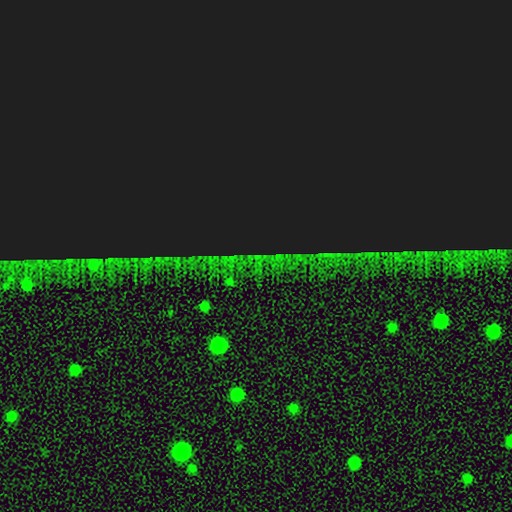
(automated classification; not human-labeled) Q: Smooth or featured?
A: star or artifact (86%); runner-up: smooth (7%)